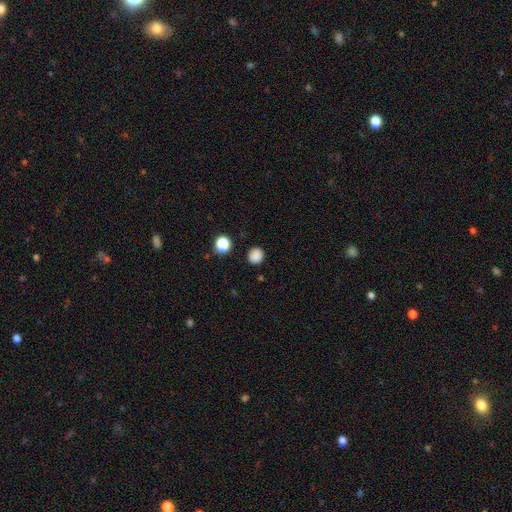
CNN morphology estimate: type=smooth (85%); roundness=round (88%); merging=none (89%).